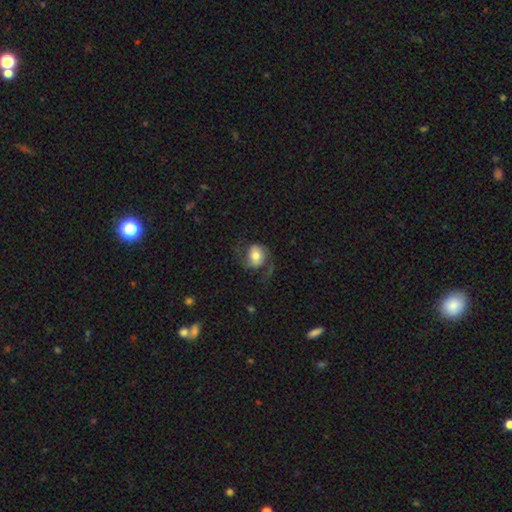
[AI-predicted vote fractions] Smooth or featured: smooth — 47% (featured or disk — 45%)
Merging: none — 52% (major disturbance — 27%)